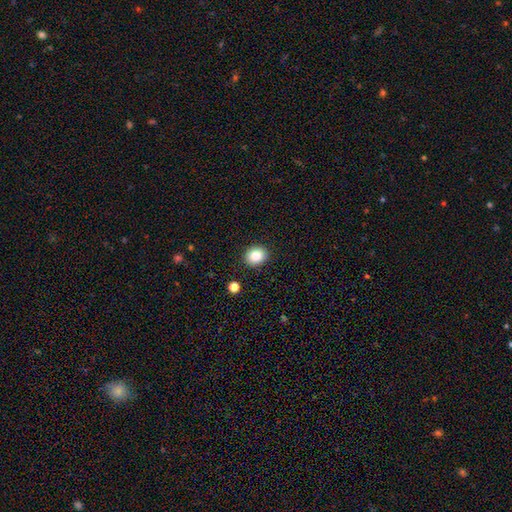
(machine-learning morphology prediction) Smooth or featured? Predicted: smooth (p=0.85). How rounded? Predicted: round (p=0.66). Merging? Predicted: none (p=0.90).